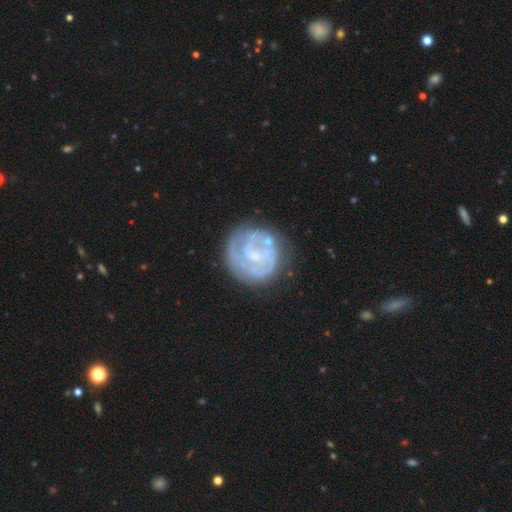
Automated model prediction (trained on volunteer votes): This appears to be a featured or disk galaxy (80%) with no bar (53%), 2 (36%) tight (61%) spiral arms (86%) and a small central bulge (65%). Merging: none (69%).